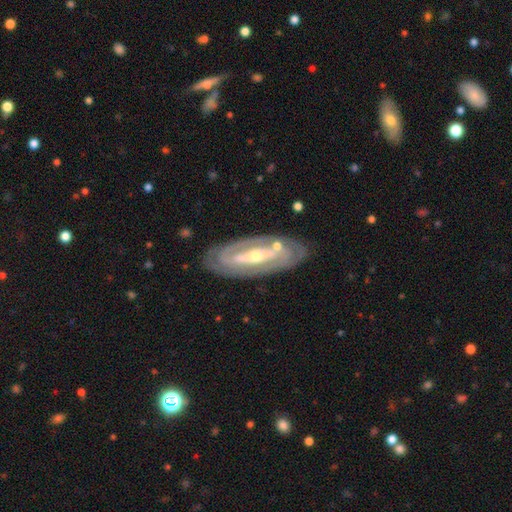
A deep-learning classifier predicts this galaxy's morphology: smooth-or-featured: featured or disk: 83% | smooth: 12% | star or artifact: 5%
  disk-edge-on: no: 87% | yes: 13%
    bar: strong: 43% | no: 31% | weak: 26%
    has-spiral-arms: yes: 79% | no: 21%
      spiral-winding: tight: 69% | medium: 23% | loose: 7%
      spiral-arm-count: 2: 49% | can't tell: 34% | 3: 7% | 1: 4% | 4: 3% | more than 4: 3%
    bulge-size: moderate: 52% | small: 43% | large: 3% | none: 1% | dominant: 1%
  merging: none: 81% | minor disturbance: 12% | major disturbance: 4% | merger: 3%